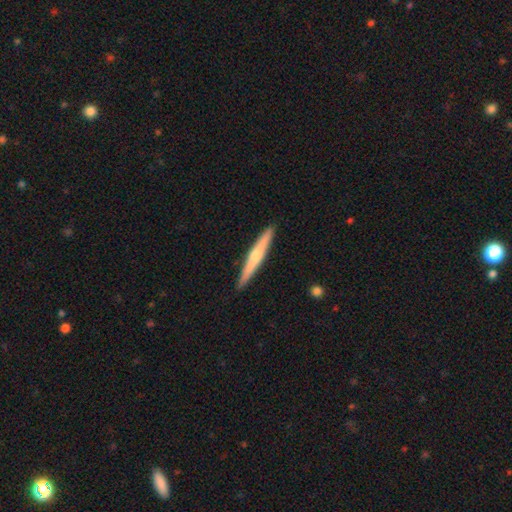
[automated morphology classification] smooth-or-featured: featured or disk: 59% | smooth: 35% | star or artifact: 6%
  disk-edge-on: yes: 97% | no: 3%
    edge-on-bulge: rounded: 77% | none: 19% | boxy: 4%
  merging: none: 92% | minor disturbance: 6% | major disturbance: 1% | merger: 1%